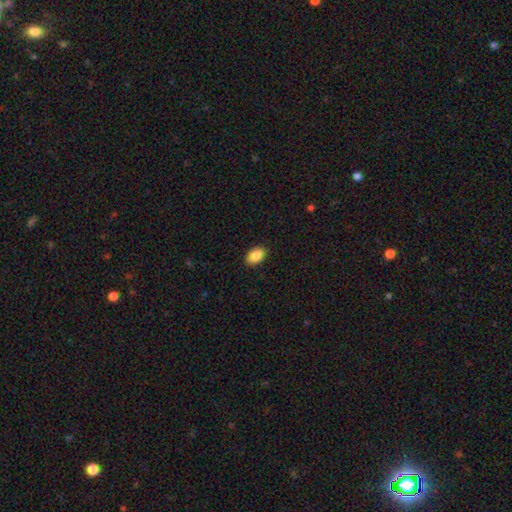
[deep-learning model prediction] A smooth galaxy with no disk features (87%) that is in between round and cigar-shaped (90%). Merging: none (90%).